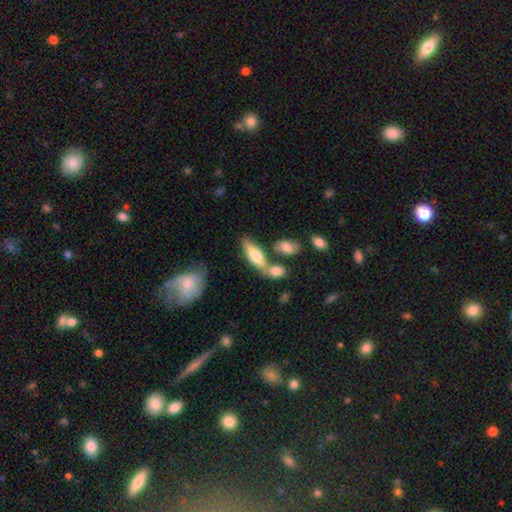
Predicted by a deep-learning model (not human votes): Overall: smooth (59%; featured or disk 35%). How rounded: in between (56%; cigar-shaped 41%). Merging: none (51%; merger 30%).